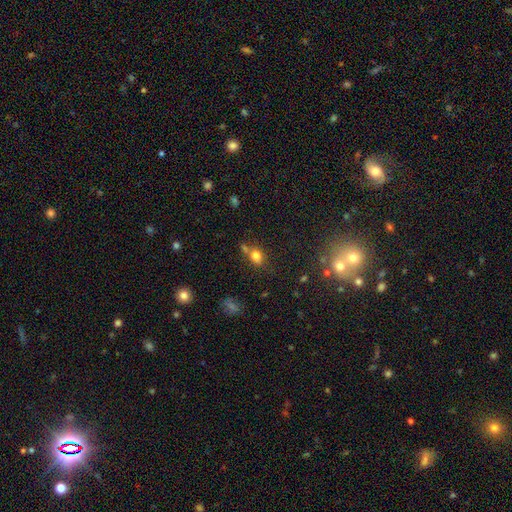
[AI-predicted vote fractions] A smooth galaxy with no disk features (77%) that is in between round and cigar-shaped (54%). Merging: none (53%).